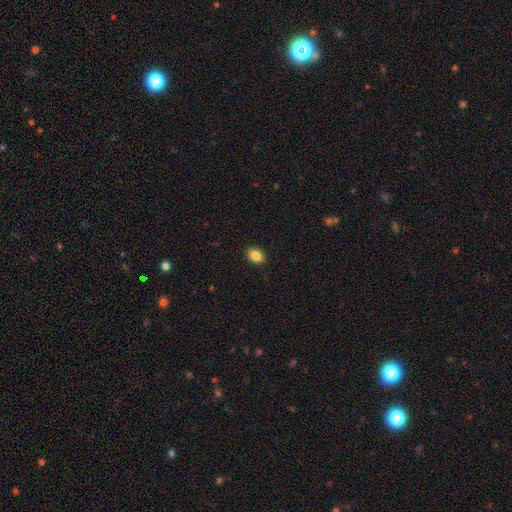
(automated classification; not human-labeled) smooth 86%, star or artifact 9%, featured or disk 5%. Down the decision tree: how rounded — in between (70%); merging — none (90%).